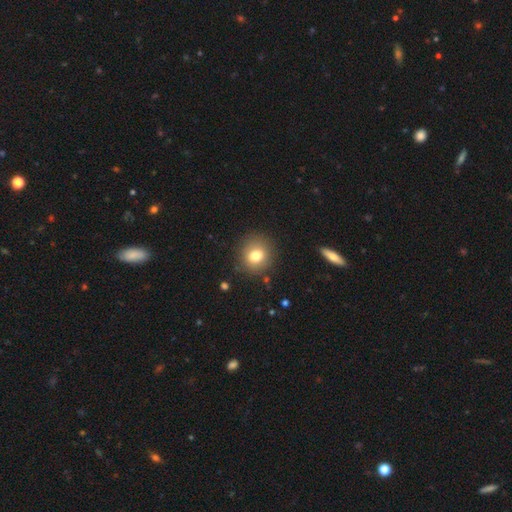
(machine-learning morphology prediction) A smooth galaxy with no disk features (77%) that is round (86%).

Vote fractions:
- Smooth or featured? smooth: 77% / star or artifact: 12% / featured or disk: 11%
- How rounded? round: 86% / in between: 13% / cigar-shaped: 1%
- Merging? none: 87% / minor disturbance: 9% / major disturbance: 3% / merger: 2%